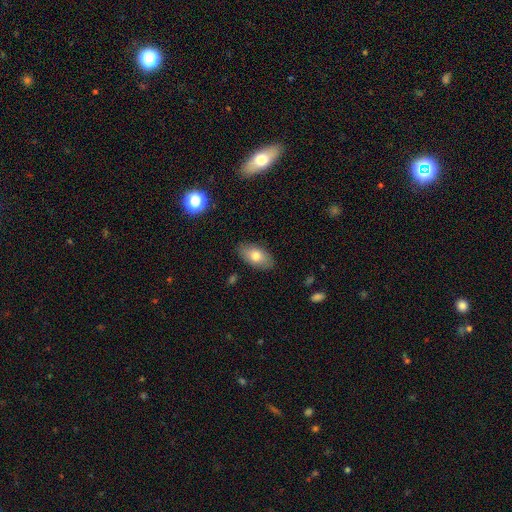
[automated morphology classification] type=smooth (76%); roundness=in between (92%); merging=none (86%).